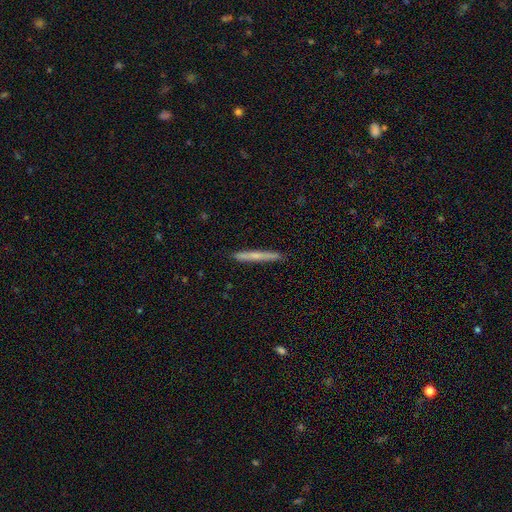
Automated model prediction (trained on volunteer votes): Smooth or featured? Predicted: smooth (p=0.53). How rounded? Predicted: cigar-shaped (p=0.96). Merging? Predicted: none (p=0.90).